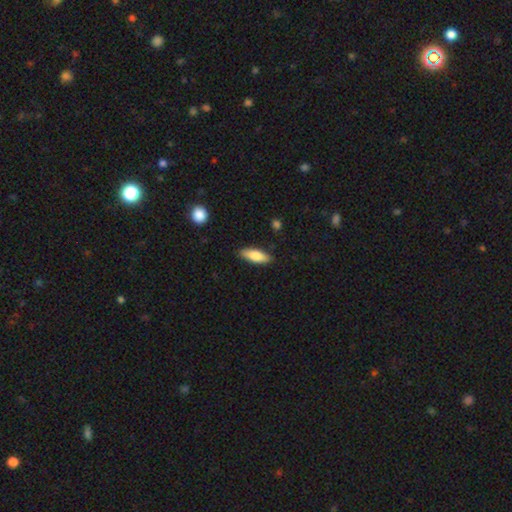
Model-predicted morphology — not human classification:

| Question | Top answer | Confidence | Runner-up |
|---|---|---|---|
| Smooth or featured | smooth | 79% | featured or disk (15%) |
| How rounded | in between | 63% | cigar-shaped (35%) |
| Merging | none | 86% | minor disturbance (10%) |